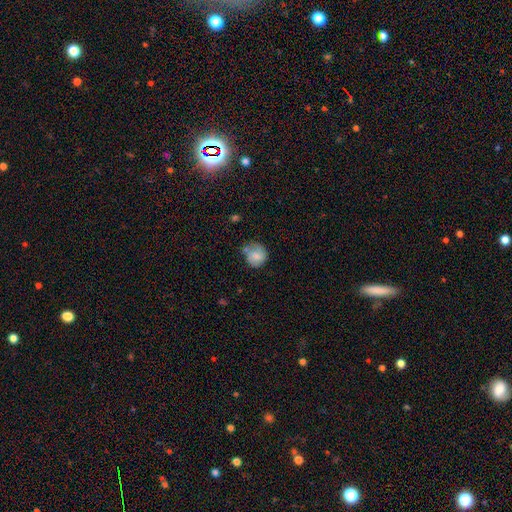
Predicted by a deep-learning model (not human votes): This is likely a smooth galaxy (74%). How rounded: clearly round (81%). Merging: possibly none (51%).